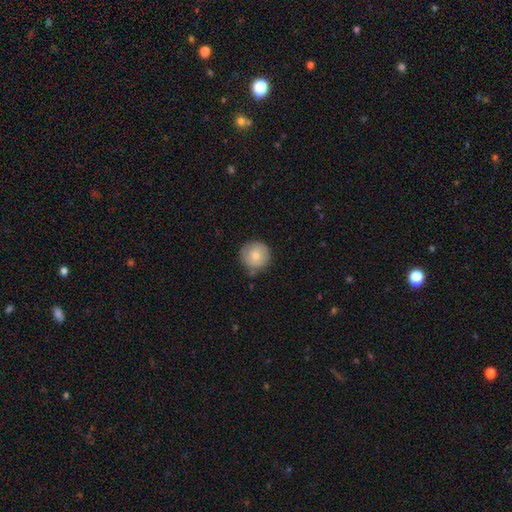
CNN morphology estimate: Smooth or featured?
  - smooth: 79% *
  - featured or disk: 15%
  - star or artifact: 7%
How rounded?
  - round: 95% *
  - in between: 4%
  - cigar-shaped: 1%
Merging?
  - none: 74% *
  - minor disturbance: 19%
  - major disturbance: 3%
  - merger: 3%